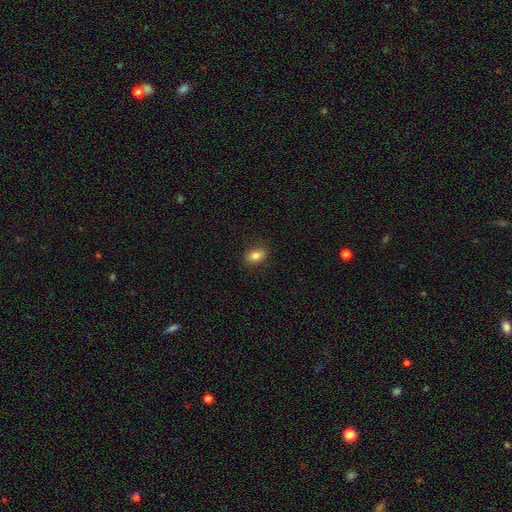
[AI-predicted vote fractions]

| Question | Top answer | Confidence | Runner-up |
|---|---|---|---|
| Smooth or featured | smooth | 81% | featured or disk (10%) |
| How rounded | in between | 81% | round (17%) |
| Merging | none | 85% | minor disturbance (11%) |